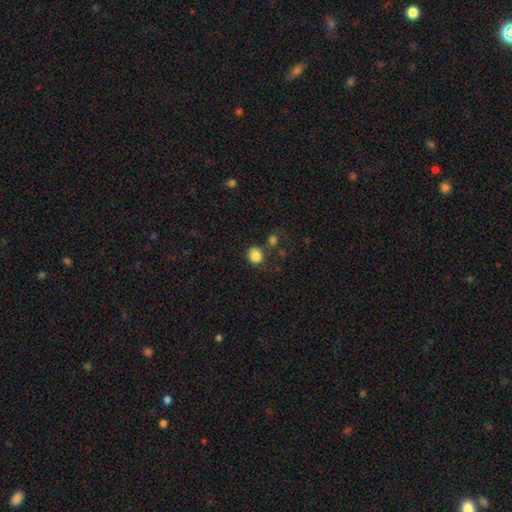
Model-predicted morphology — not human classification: smooth 85%, star or artifact 10%, featured or disk 4%. Down the decision tree: how rounded — round (81%); merging — none (74%).